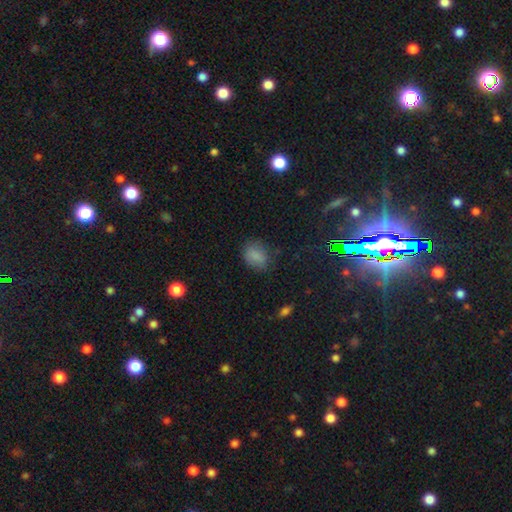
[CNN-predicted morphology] Smooth or featured: smooth — 82% (star or artifact — 11%)
How rounded: in between — 68% (round — 31%)
Merging: none — 71% (minor disturbance — 21%)